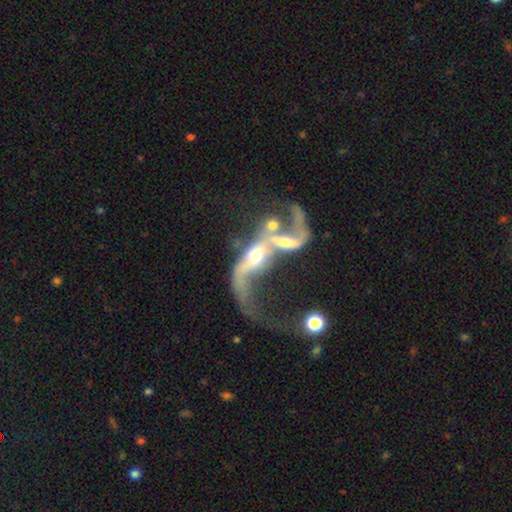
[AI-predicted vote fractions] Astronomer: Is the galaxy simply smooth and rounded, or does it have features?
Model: featured or disk — 69%.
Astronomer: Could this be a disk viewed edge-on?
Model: no — 83%.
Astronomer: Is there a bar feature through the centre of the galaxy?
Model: no — 57%.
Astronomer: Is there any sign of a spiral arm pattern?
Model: yes — 57% (runner-up: no, 43%).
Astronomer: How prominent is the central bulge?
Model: moderate — 49% (runner-up: small, 28%).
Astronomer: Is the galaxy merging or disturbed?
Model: merger — 67%.